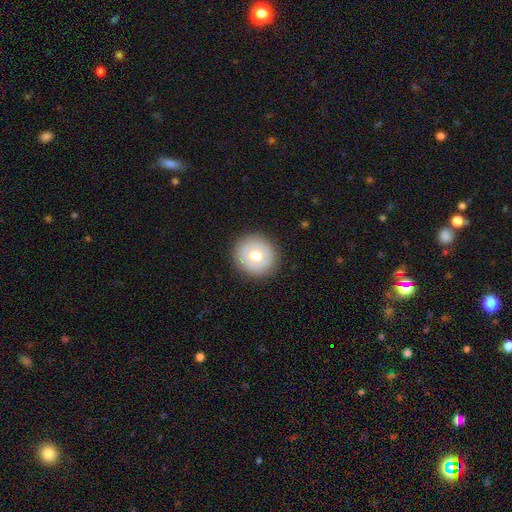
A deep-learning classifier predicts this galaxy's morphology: A smooth galaxy with no disk features (60%) that is round (93%).

Vote fractions:
- Smooth or featured? smooth: 60% / featured or disk: 32% / star or artifact: 8%
- How rounded? round: 93% / in between: 6% / cigar-shaped: 1%
- Merging? none: 89% / minor disturbance: 7% / major disturbance: 3% / merger: 1%